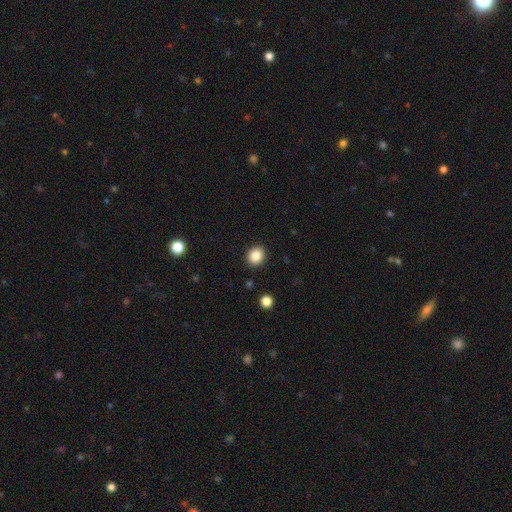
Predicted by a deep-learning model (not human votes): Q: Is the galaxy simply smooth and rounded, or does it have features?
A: smooth — 85%.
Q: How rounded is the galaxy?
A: round — 70%.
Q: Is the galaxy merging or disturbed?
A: none — 91%.